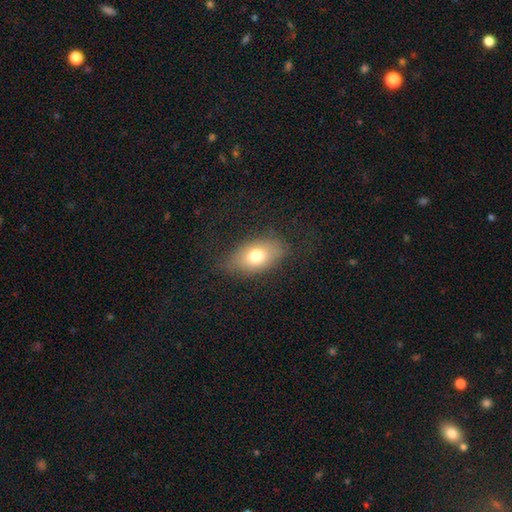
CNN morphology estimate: A smooth galaxy with no disk features (72%) that is in between round and cigar-shaped (85%).

Vote fractions:
- Smooth or featured? smooth: 72% / featured or disk: 18% / star or artifact: 10%
- How rounded? in between: 85% / round: 12% / cigar-shaped: 3%
- Merging? none: 71% / minor disturbance: 20% / major disturbance: 8% / merger: 1%